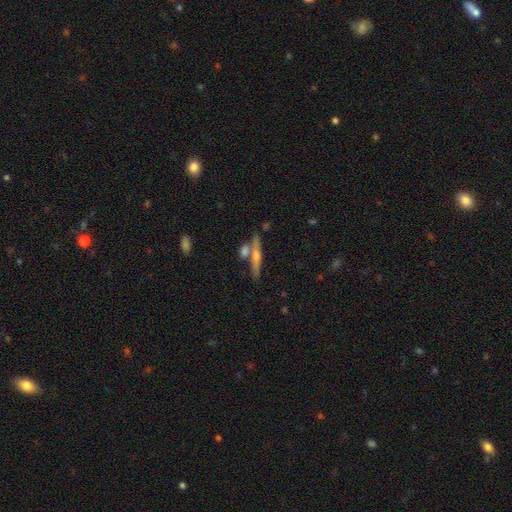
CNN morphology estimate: Smooth or featured? Predicted: featured or disk (p=0.59). Edge-on disk? Predicted: yes (p=0.94). Edge-on bulge? Predicted: rounded (p=0.76). Merging? Predicted: none (p=0.67).